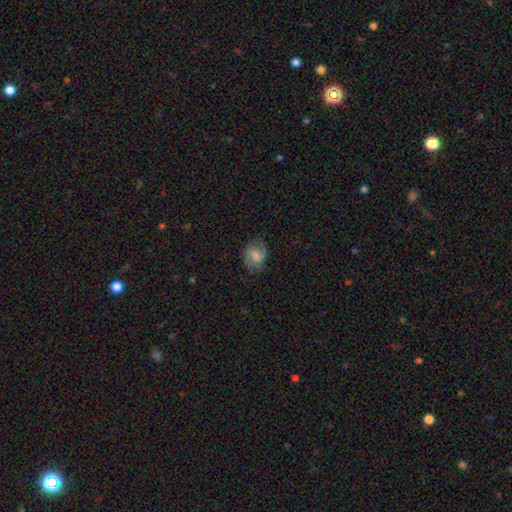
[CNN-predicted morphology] featured or disk 47%, smooth 44%, star or artifact 9%. Down the decision tree: merging — none (68%).